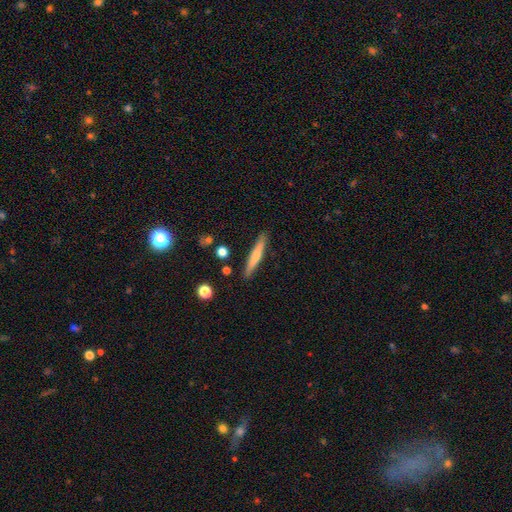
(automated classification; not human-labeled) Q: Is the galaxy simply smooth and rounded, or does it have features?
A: smooth — 58%.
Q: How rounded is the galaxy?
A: cigar-shaped — 94%.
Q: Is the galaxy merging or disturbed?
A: none — 88%.